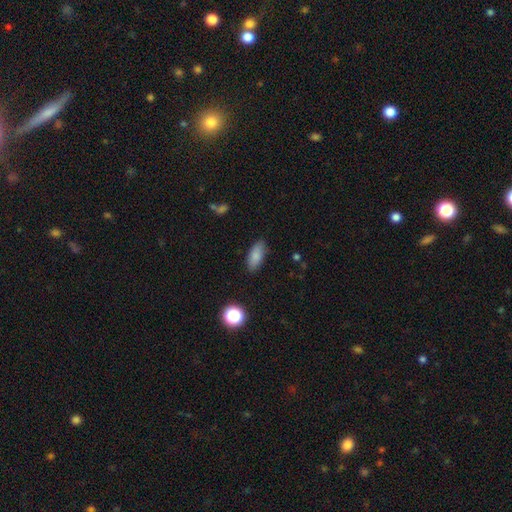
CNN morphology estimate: This is clearly a smooth galaxy (84%). How rounded: clearly in between (84%). Merging: clearly none (85%).